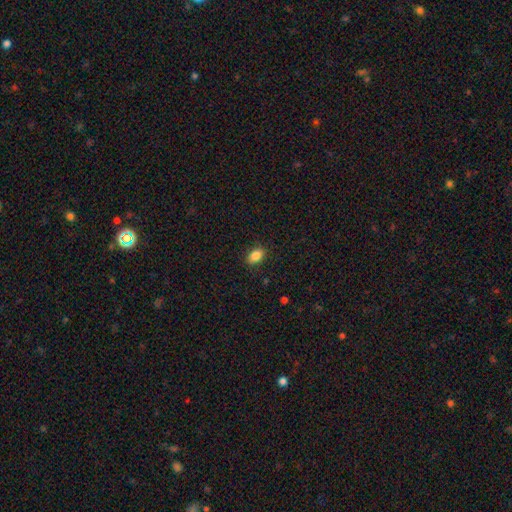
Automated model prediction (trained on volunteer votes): smooth_or_featured: smooth (p=0.87) [alt: star or artifact p=0.09]
how_rounded: in between (p=0.85) [alt: round p=0.13]
merging: none (p=0.88) [alt: minor disturbance p=0.09]